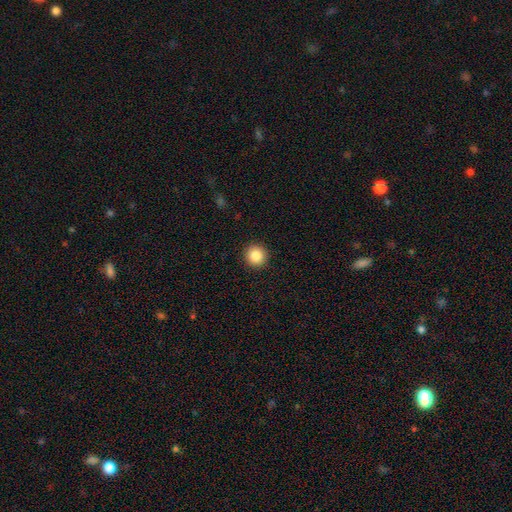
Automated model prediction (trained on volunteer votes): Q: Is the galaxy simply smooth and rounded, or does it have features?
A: smooth — 86%.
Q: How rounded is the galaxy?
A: round — 94%.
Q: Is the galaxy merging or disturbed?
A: none — 93%.